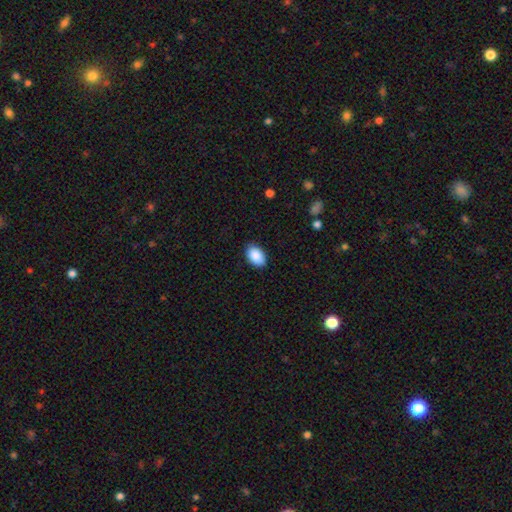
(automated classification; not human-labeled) Q: Smooth or featured?
A: smooth (90%); runner-up: star or artifact (7%)
Q: How rounded?
A: in between (91%); runner-up: round (8%)
Q: Merging?
A: none (87%); runner-up: minor disturbance (10%)